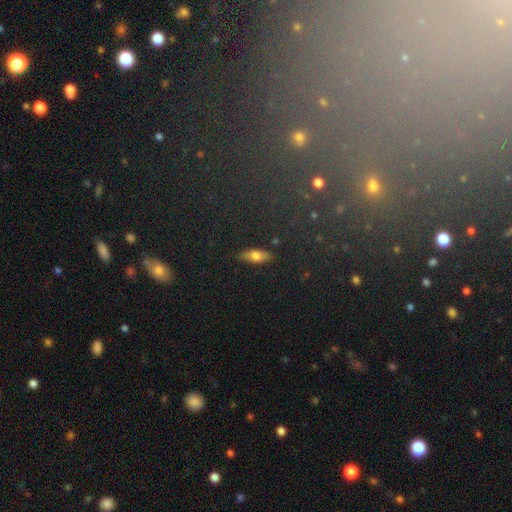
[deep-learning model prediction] Morphology: type=smooth (66%); roundness=in between (69%); merging=none (85%).